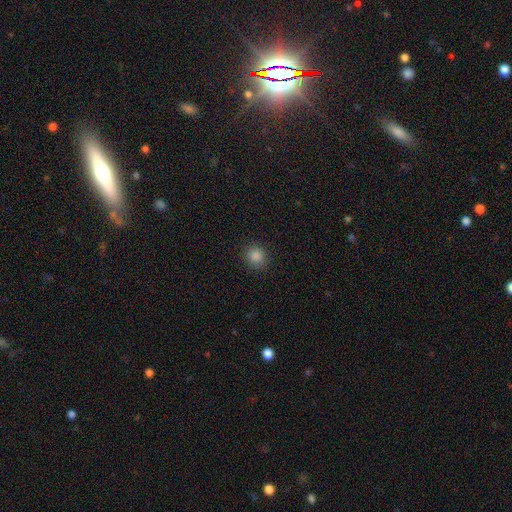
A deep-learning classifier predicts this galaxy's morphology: A smooth galaxy with no disk features (85%) that is round (88%).

Vote fractions:
- Smooth or featured? smooth: 85% / star or artifact: 11% / featured or disk: 3%
- How rounded? round: 88% / in between: 11% / cigar-shaped: 1%
- Merging? none: 90% / minor disturbance: 7% / major disturbance: 2% / merger: 1%